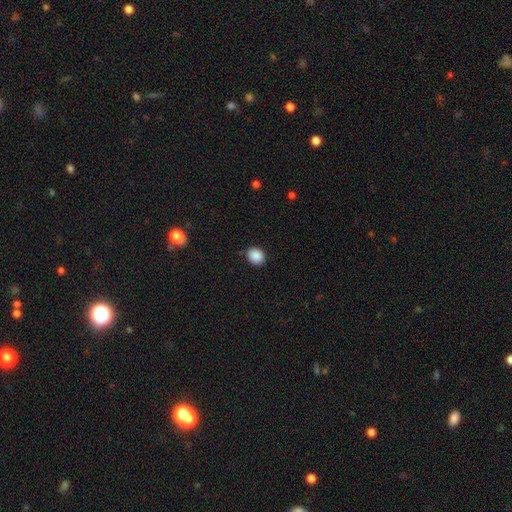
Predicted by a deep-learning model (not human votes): Q: Smooth or featured?
A: smooth (88%); runner-up: star or artifact (9%)
Q: How rounded?
A: round (68%); runner-up: in between (31%)
Q: Merging?
A: none (87%); runner-up: minor disturbance (10%)